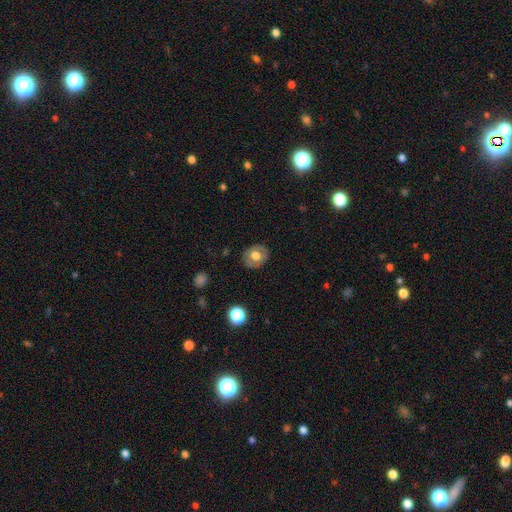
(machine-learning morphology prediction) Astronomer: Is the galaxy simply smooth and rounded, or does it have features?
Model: smooth — 59%.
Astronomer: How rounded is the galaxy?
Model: round — 67%.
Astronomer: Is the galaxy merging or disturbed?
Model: none — 83%.